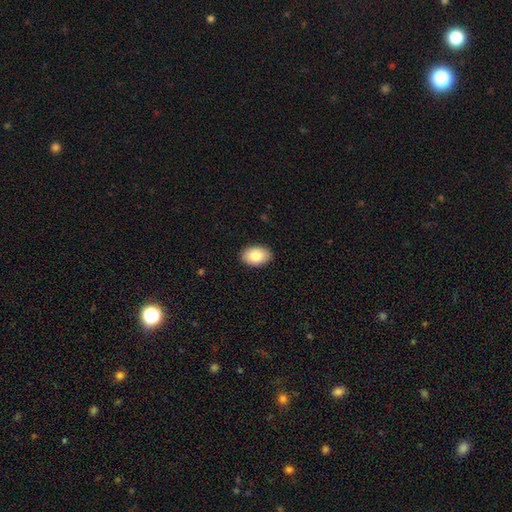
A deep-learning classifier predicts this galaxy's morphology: Smooth or featured? smooth (84%)
How rounded? in between (89%)
Merging? none (90%)